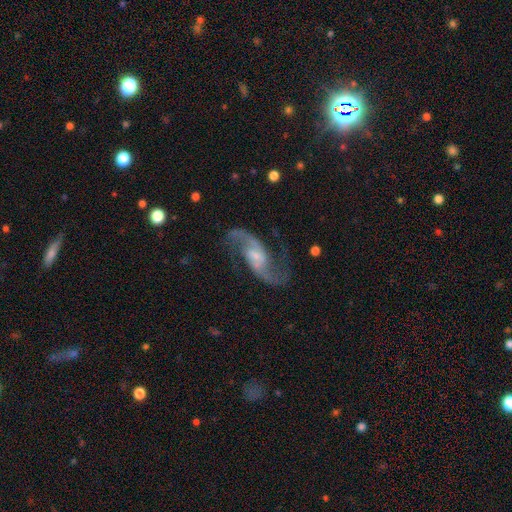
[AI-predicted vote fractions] Smooth or featured? Predicted: featured or disk (p=0.91). Edge-on disk? Predicted: no (p=0.97). Bar? Predicted: weak (p=0.45). Spiral arms? Predicted: yes (p=0.98). Spiral winding? Predicted: loose (p=0.56). Spiral arm count? Predicted: 2 (p=0.94). Bulge size? Predicted: small (p=0.55). Merging? Predicted: none (p=0.77).